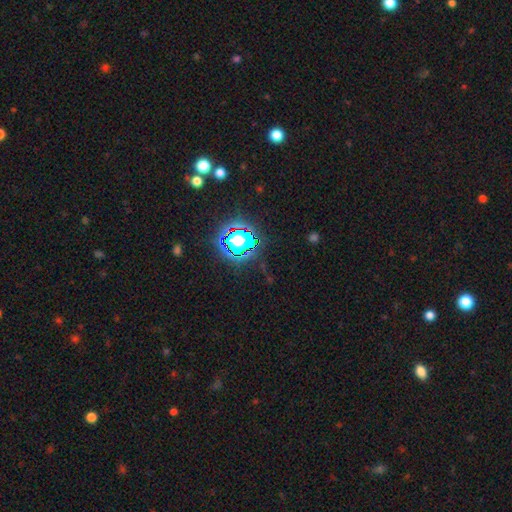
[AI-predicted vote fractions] Smooth or featured: star or artifact — 80% (smooth — 13%)